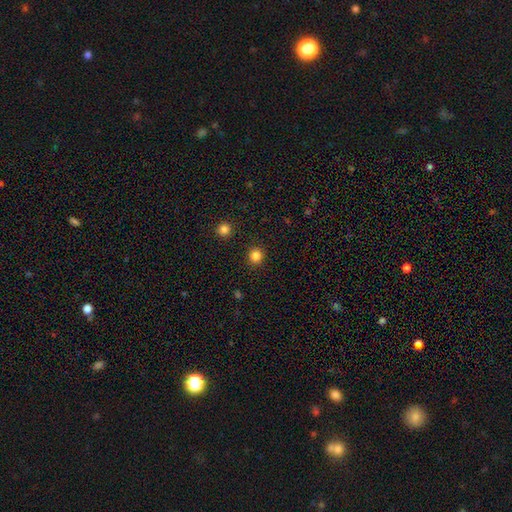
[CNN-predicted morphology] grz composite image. It shows a smooth galaxy with no disk features (83%) that is round (91%). Merging: none (92%).